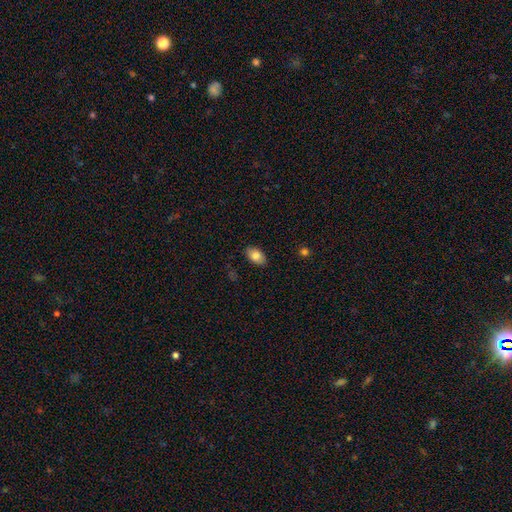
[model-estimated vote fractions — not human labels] A smooth galaxy with no disk features (82%) that is in between round and cigar-shaped (92%). Merging: none (87%).